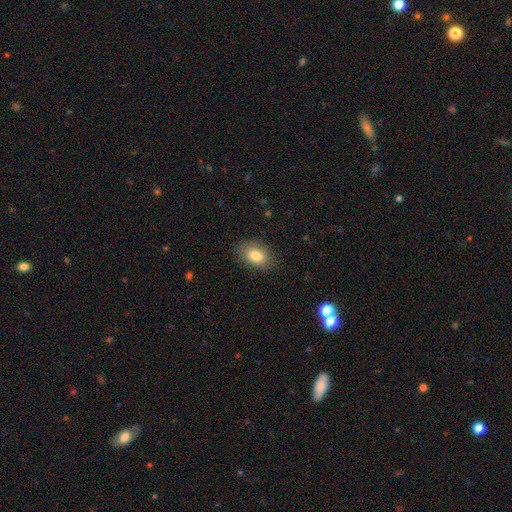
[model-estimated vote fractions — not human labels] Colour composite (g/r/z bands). It shows a smooth galaxy with no disk features (82%) that is in between round and cigar-shaped (86%). Merging: none (82%).